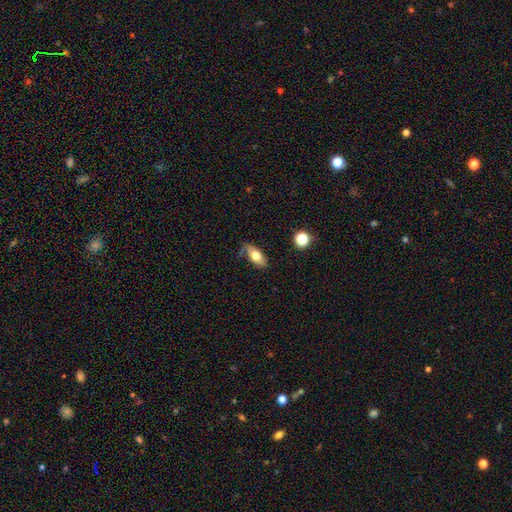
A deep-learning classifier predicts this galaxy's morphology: Smooth or featured? Predicted: smooth (p=0.65). How rounded? Predicted: in between (p=0.85). Merging? Predicted: none (p=0.63).